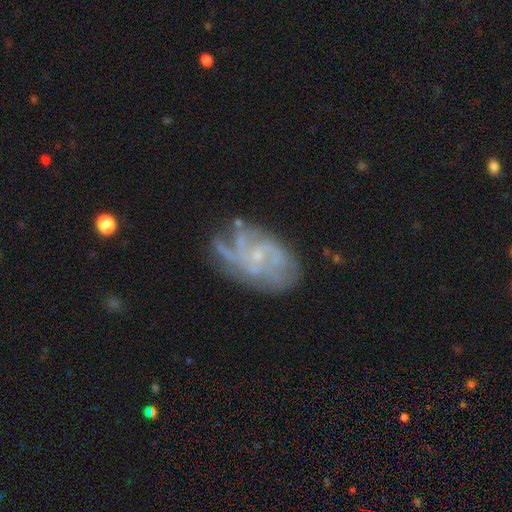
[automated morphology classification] Smooth or featured? Predicted: featured or disk (p=0.81). Edge-on disk? Predicted: no (p=0.97). Bar? Predicted: no (p=0.63). Spiral arms? Predicted: yes (p=0.90). Spiral winding? Predicted: medium (p=0.43). Spiral arm count? Predicted: can't tell (p=0.34). Bulge size? Predicted: small (p=0.78). Merging? Predicted: none (p=0.55).